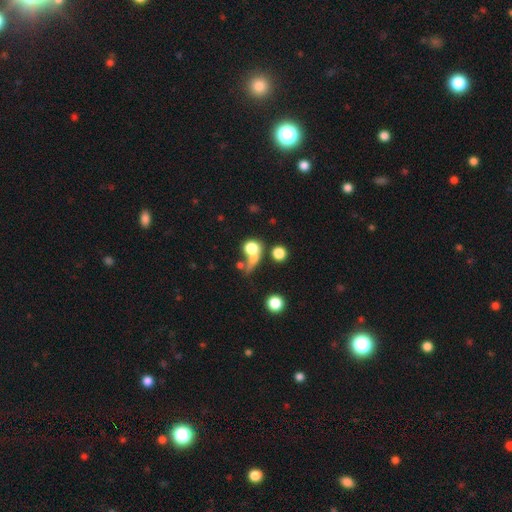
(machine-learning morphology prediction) smooth_or_featured: smooth (p=0.69) [alt: star or artifact p=0.16]
how_rounded: round (p=0.70) [alt: in between p=0.24]
merging: merger (p=0.39) [alt: none p=0.38]